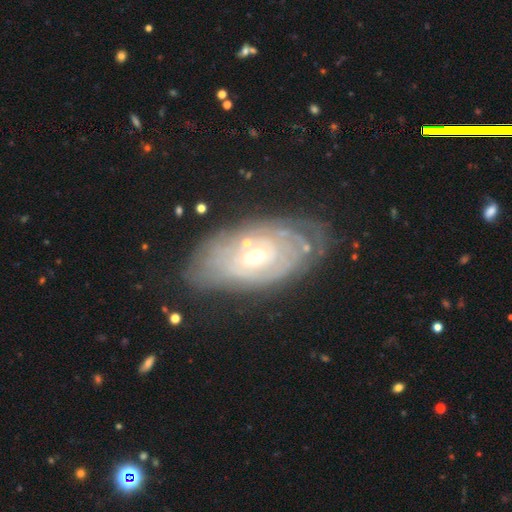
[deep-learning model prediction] Overall: featured or disk (77%). Edge-on disk: no (92%). Bar: no (71%). Spiral arms: yes (80%). Spiral arm count: can't tell (63%). Spiral winding: tight (80%). Bulge size: small (62%; moderate 34%). Merging: none (68%).